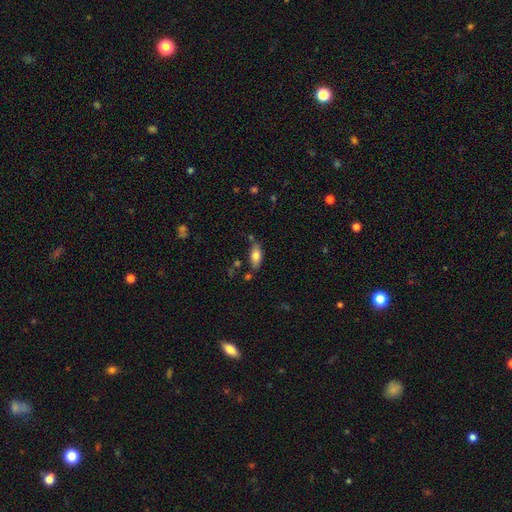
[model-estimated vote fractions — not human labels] This is likely a smooth galaxy (78%). How rounded: clearly in between (85%). Merging: likely none (69%).